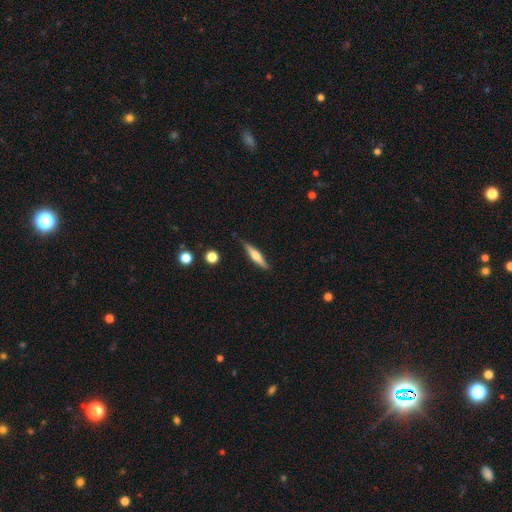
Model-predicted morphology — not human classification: smooth-or-featured: smooth: 47% (tied) | featured or disk: 47% (tied) | star or artifact: 6%
  merging: none: 83% | minor disturbance: 12% | major disturbance: 2% | merger: 2%